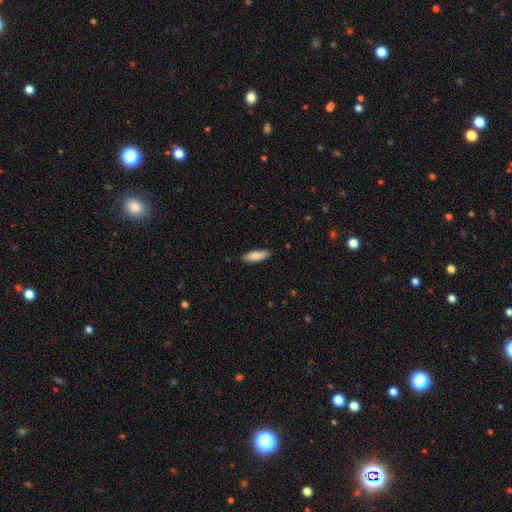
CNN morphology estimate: Overall: smooth (86%). How rounded: cigar-shaped (50%; in between 49%). Merging: none (86%).